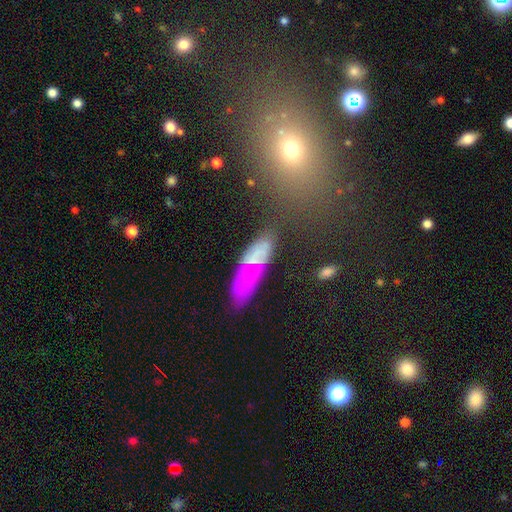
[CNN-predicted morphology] This appears to be a smooth galaxy with no disk features (48%). Merging: none (59%).